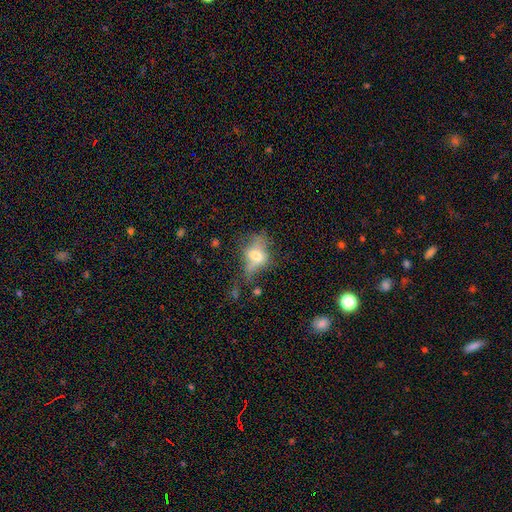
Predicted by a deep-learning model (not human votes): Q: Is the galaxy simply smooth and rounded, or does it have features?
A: smooth — 47%.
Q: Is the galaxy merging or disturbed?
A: none — 40%.